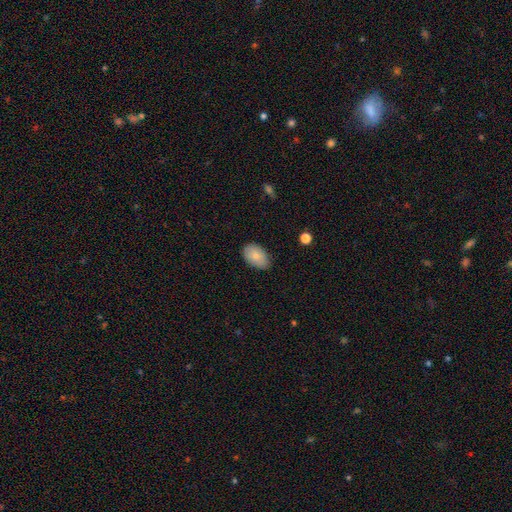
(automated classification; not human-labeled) Smooth or featured? Predicted: smooth (p=0.83). How rounded? Predicted: in between (p=0.91). Merging? Predicted: none (p=0.81).